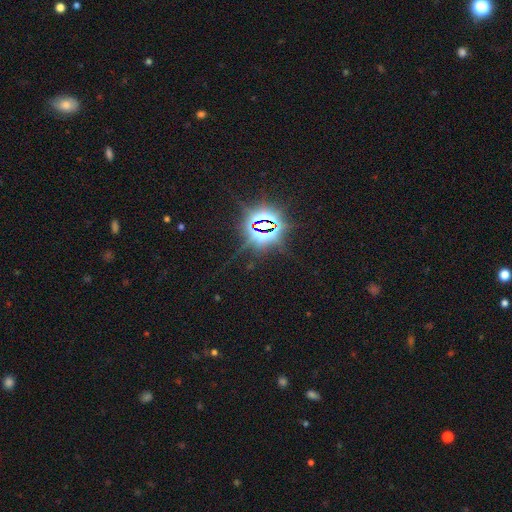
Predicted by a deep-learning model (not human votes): Overall: star or artifact (84%).